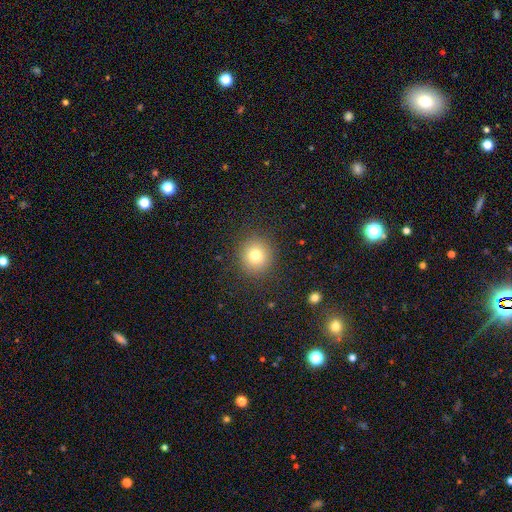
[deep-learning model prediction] Morphology: type=smooth (77%); roundness=round (92%); merging=none (90%).